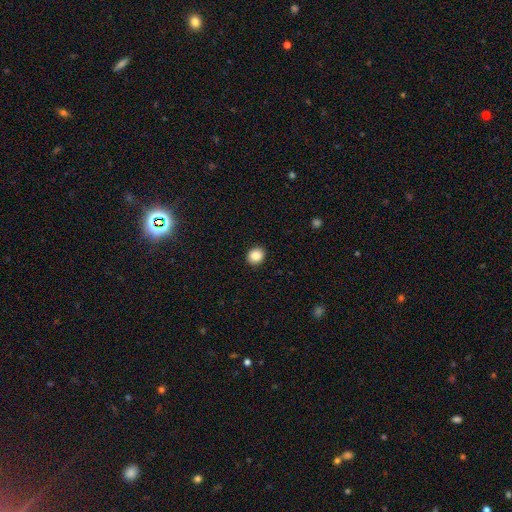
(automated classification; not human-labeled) smooth-or-featured: smooth: 87% | star or artifact: 9% | featured or disk: 4%
  how-rounded: round: 70% | in between: 30% | cigar-shaped: 1%
  merging: none: 92% | minor disturbance: 6% | major disturbance: 2% | merger: 1%